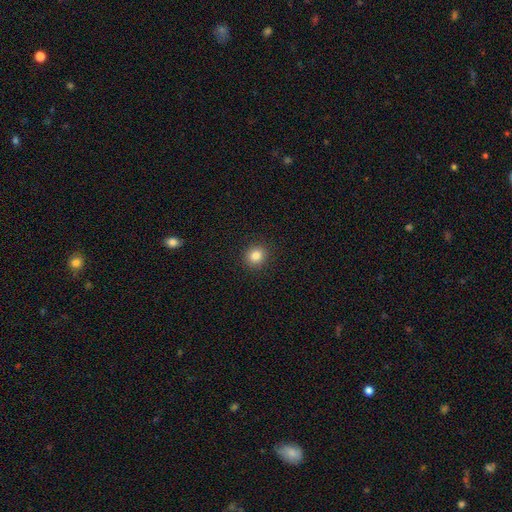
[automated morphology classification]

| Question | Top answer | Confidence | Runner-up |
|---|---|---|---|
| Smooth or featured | smooth | 84% | star or artifact (11%) |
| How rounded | round | 87% | in between (12%) |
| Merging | none | 92% | minor disturbance (5%) |